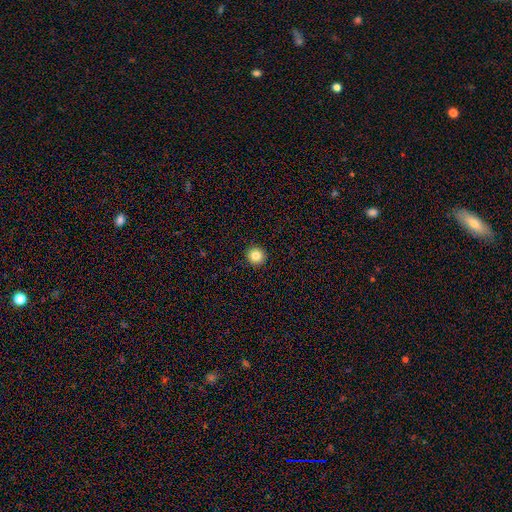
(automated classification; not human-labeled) smooth-or-featured: smooth: 84% | star or artifact: 11% | featured or disk: 5%
  how-rounded: round: 95% | in between: 4% | cigar-shaped: 1%
  merging: none: 94% | minor disturbance: 4% | major disturbance: 1% | merger: 1%